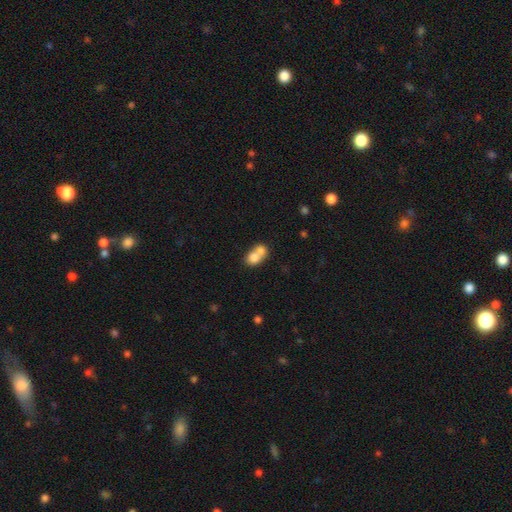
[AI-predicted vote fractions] A smooth galaxy with no disk features (74%) that is in between round and cigar-shaped (54%). Merging: merger (70%).